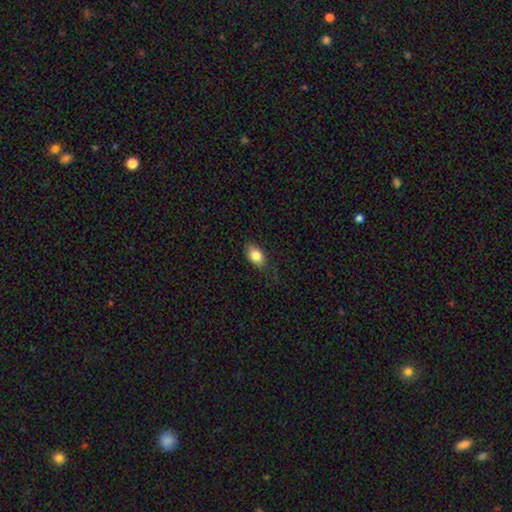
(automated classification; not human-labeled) This appears to be a smooth galaxy with no disk features (82%) that is in between round and cigar-shaped (87%). Merging: none (78%).